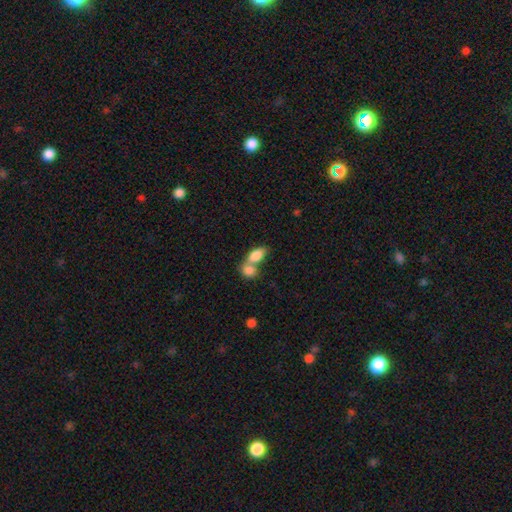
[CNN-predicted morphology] Smooth or featured? smooth (82%)
How rounded? in between (86%)
Merging? merger (67%)